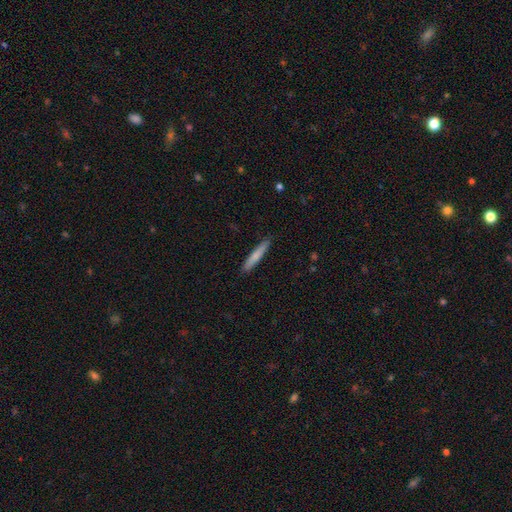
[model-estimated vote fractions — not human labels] This appears to be a smooth galaxy with no disk features (73%) that is cigar-shaped (94%). Merging: none (90%).